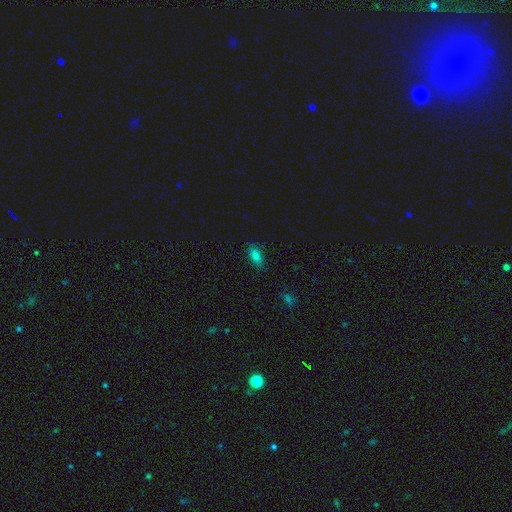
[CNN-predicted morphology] A smooth galaxy with no disk features (81%) that is in between round and cigar-shaped (86%).

Vote fractions:
- Smooth or featured? smooth: 81% / star or artifact: 13% / featured or disk: 6%
- How rounded? in between: 86% / cigar-shaped: 10% / round: 4%
- Merging? none: 84% / minor disturbance: 12% / major disturbance: 3% / merger: 1%